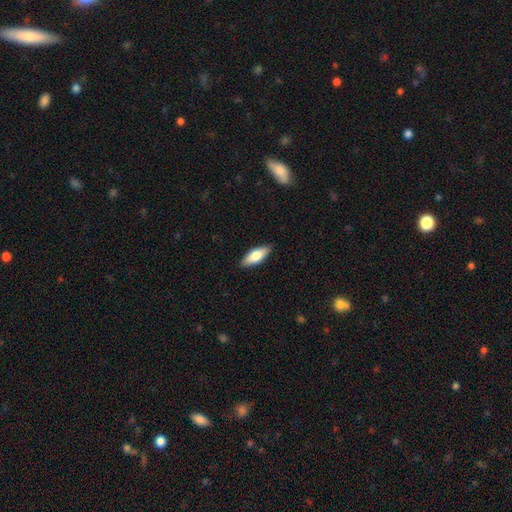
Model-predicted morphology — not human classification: smooth-or-featured: smooth: 69% | featured or disk: 25% | star or artifact: 6%
  how-rounded: in between: 73% | cigar-shaped: 25% | round: 2%
  merging: none: 88% | minor disturbance: 10% | major disturbance: 2% | merger: 1%